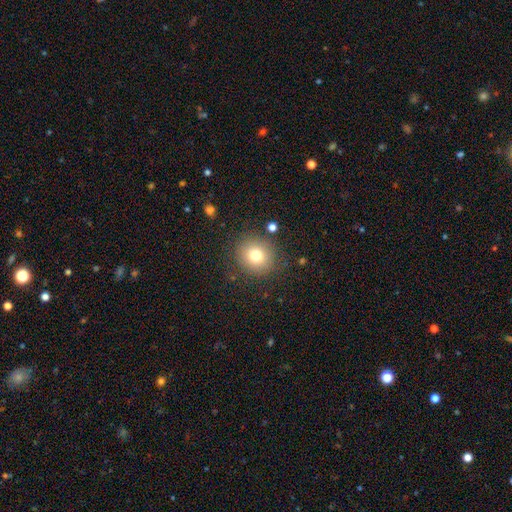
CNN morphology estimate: type=smooth (76%); roundness=round (85%); merging=none (84%).